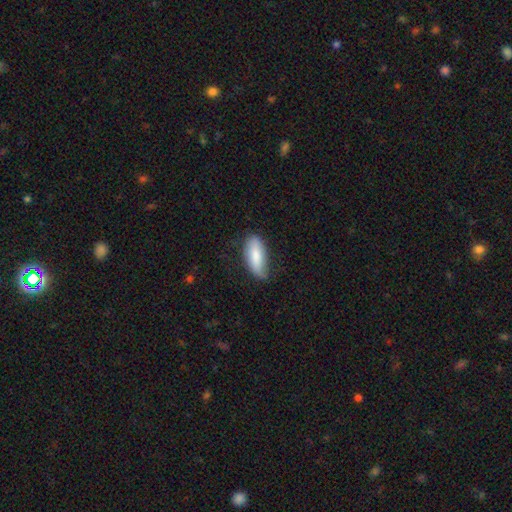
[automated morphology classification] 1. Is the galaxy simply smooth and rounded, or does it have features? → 80% smooth, 14% featured or disk, 6% star or artifact.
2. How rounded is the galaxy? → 78% in between, 20% cigar-shaped, 2% round.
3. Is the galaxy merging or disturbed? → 68% none, 26% minor disturbance, 5% major disturbance, 1% merger.